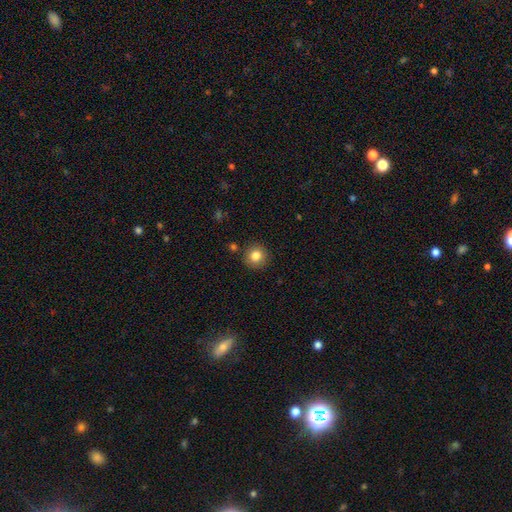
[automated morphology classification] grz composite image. It shows a smooth galaxy with no disk features (83%) that is round (93%). Merging: none (88%).